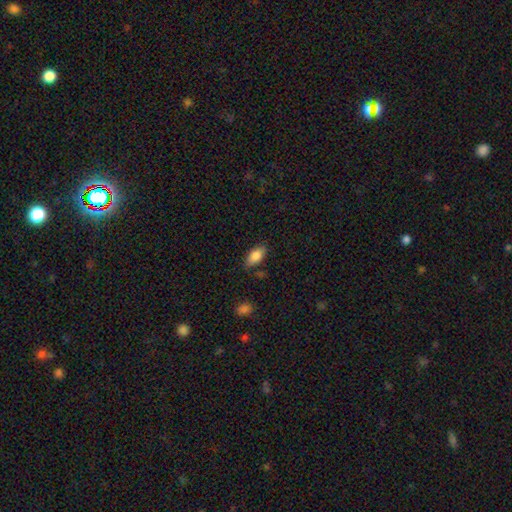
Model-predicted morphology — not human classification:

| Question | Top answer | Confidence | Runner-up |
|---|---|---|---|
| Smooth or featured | smooth | 83% | featured or disk (9%) |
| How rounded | in between | 89% | cigar-shaped (8%) |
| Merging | none | 77% | minor disturbance (16%) |